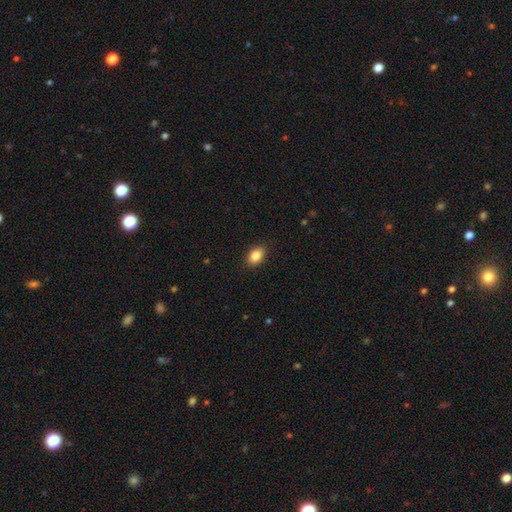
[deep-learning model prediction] smooth-or-featured: smooth: 86% | star or artifact: 9% | featured or disk: 5%
  how-rounded: in between: 81% | round: 18% | cigar-shaped: 1%
  merging: none: 88% | minor disturbance: 9% | major disturbance: 2% | merger: 1%